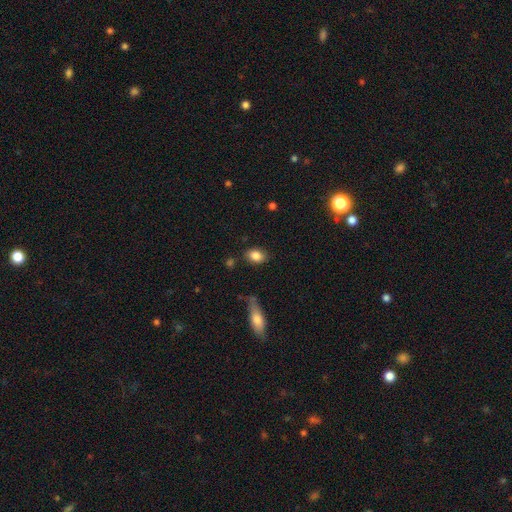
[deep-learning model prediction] A smooth galaxy with no disk features (85%) that is in between round and cigar-shaped (81%).

Vote fractions:
- Smooth or featured? smooth: 85% / star or artifact: 8% / featured or disk: 7%
- How rounded? in between: 81% / round: 17% / cigar-shaped: 2%
- Merging? none: 82% / minor disturbance: 12% / major disturbance: 3% / merger: 3%